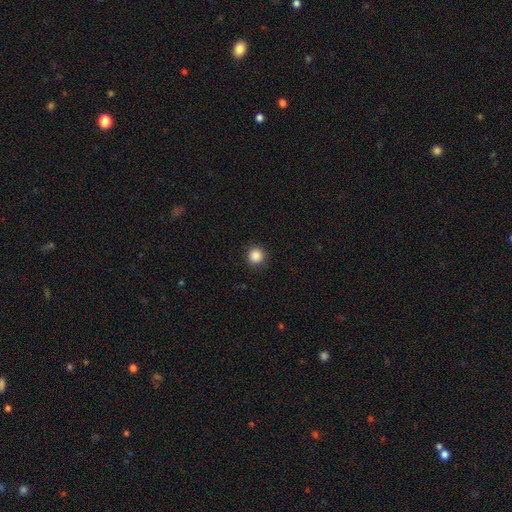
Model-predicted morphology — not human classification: Smooth or featured? Predicted: smooth (p=0.87). How rounded? Predicted: round (p=0.94). Merging? Predicted: none (p=0.91).